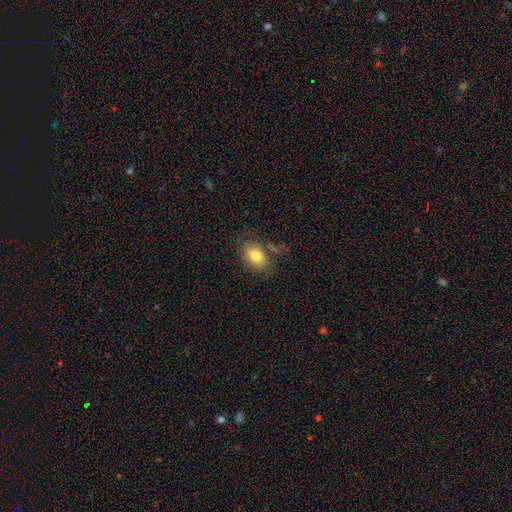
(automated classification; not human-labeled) Smooth or featured?
  - smooth: 81% *
  - featured or disk: 11%
  - star or artifact: 9%
How rounded?
  - in between: 81% *
  - round: 18%
  - cigar-shaped: 1%
Merging?
  - none: 69% *
  - minor disturbance: 18%
  - merger: 6%
  - major disturbance: 6%